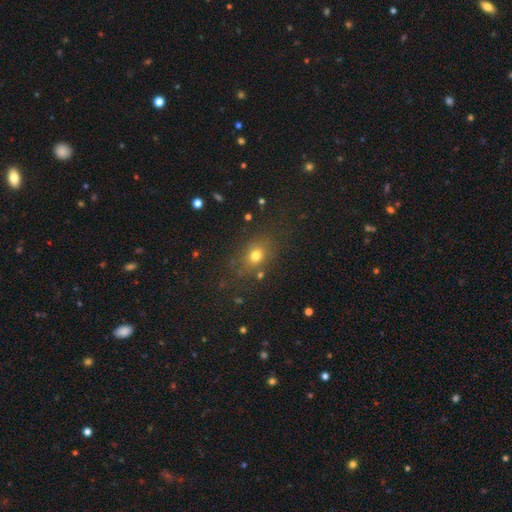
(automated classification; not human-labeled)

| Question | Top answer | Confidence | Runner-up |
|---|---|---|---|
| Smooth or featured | smooth | 74% | star or artifact (16%) |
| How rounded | in between | 53% | round (46%) |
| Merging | none | 77% | minor disturbance (13%) |